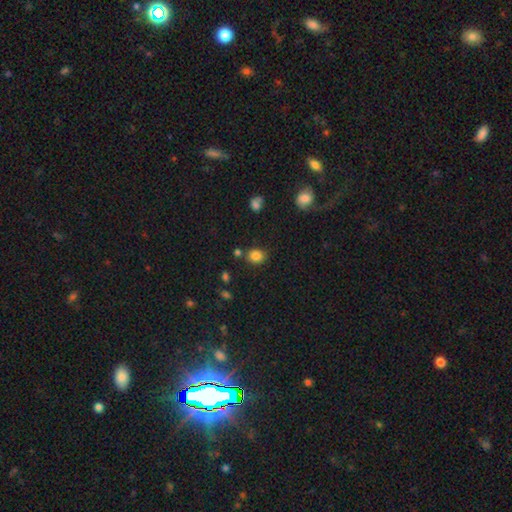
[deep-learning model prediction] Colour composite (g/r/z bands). It shows a smooth galaxy with no disk features (83%) that is round (63%). Merging: none (76%).